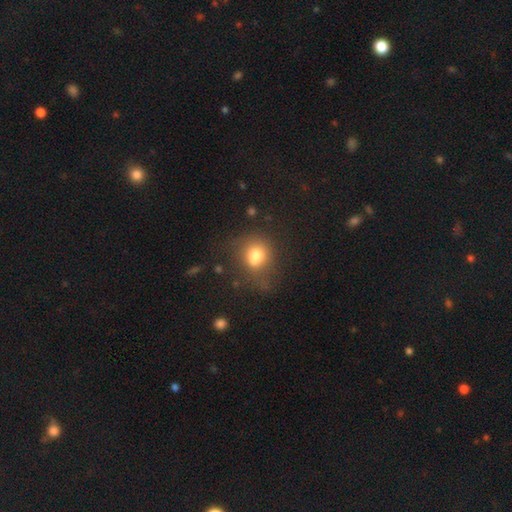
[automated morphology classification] Smooth or featured? Predicted: smooth (p=0.72). How rounded? Predicted: round (p=0.67). Merging? Predicted: none (p=0.41).